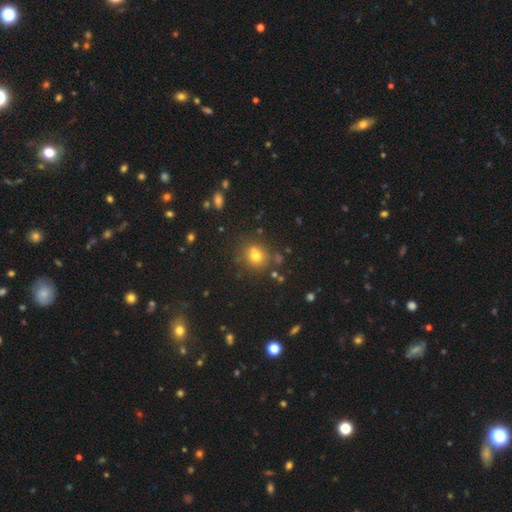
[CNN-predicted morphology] smooth 72%, star or artifact 18%, featured or disk 10%. Down the decision tree: how rounded — round (84%); merging — none (73%).